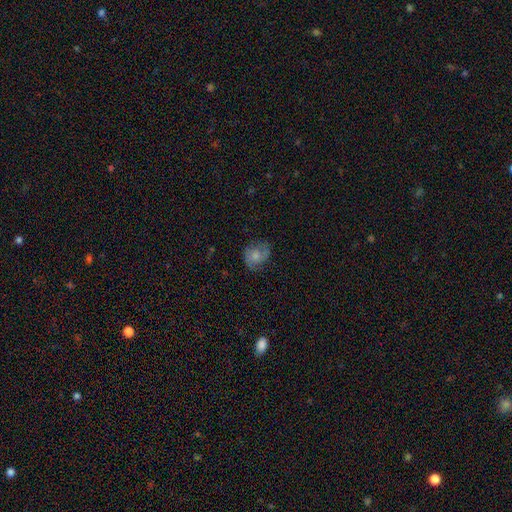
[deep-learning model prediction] A smooth galaxy with no disk features (52%) that is round (59%). Merging: none (62%).